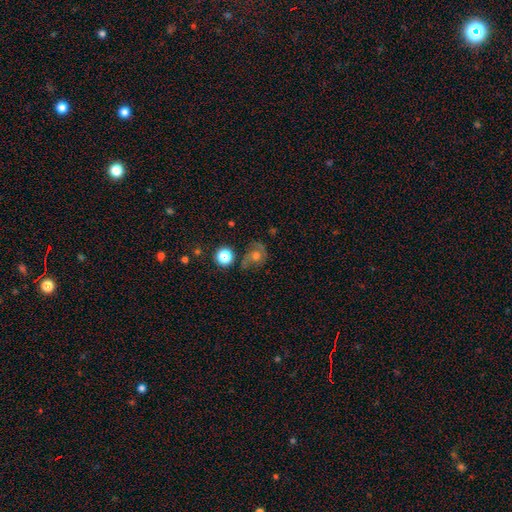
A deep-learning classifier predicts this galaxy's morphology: featured or disk 53%, smooth 31%, star or artifact 16%. Down the decision tree: edge-on disk — no (96%); bar — no (77%); spiral arms — yes (83%); bulge size — moderate (64%); merging — none (57%).